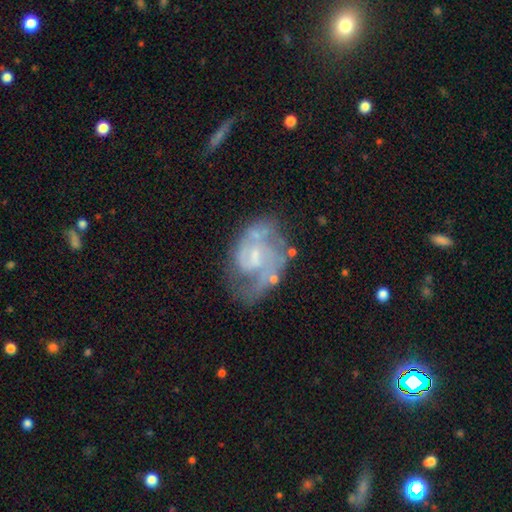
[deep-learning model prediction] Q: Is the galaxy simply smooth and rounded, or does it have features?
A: featured or disk — 81%.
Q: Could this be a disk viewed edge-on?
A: no — 98%.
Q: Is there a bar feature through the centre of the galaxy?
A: weak — 50%.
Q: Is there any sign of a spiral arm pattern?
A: yes — 88%.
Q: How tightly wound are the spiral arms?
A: medium — 47%.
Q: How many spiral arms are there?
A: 2 — 51%.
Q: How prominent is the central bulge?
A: small — 52%.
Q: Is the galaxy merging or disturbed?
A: none — 49%.